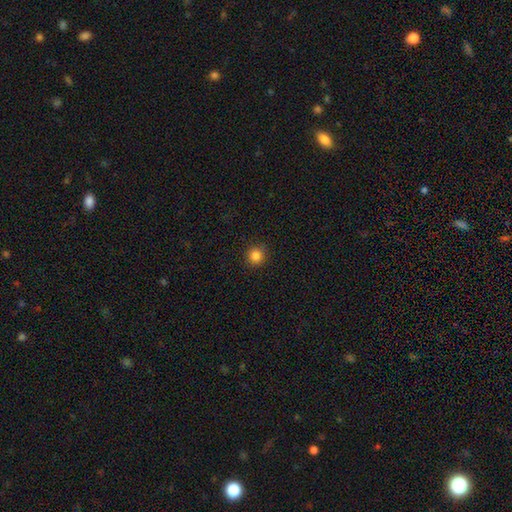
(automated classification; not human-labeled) smooth-or-featured: smooth: 85% | star or artifact: 12% | featured or disk: 4%
  how-rounded: round: 92% | in between: 8% | cigar-shaped: 1%
  merging: none: 91% | minor disturbance: 6% | major disturbance: 2% | merger: 1%